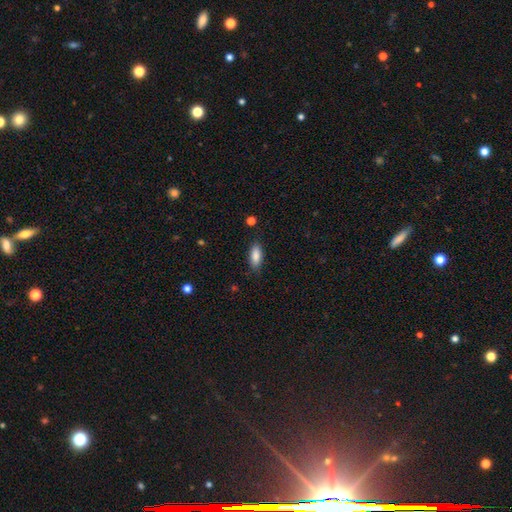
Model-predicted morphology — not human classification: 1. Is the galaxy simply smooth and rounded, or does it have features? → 87% smooth, 7% star or artifact, 7% featured or disk.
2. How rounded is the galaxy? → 82% in between, 16% cigar-shaped, 2% round.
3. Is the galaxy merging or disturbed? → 84% none, 12% minor disturbance, 3% major disturbance, 1% merger.